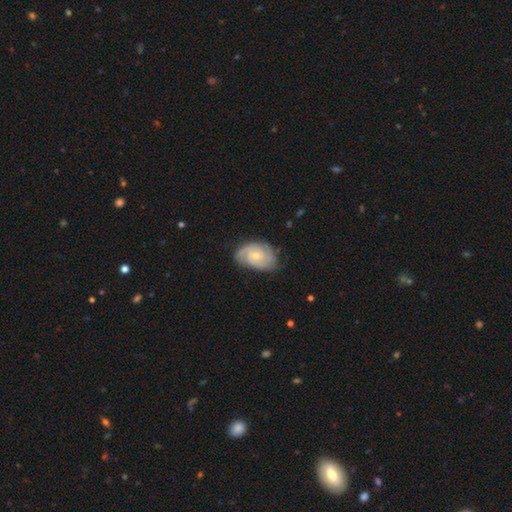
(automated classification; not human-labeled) Smooth or featured?
  - featured or disk: 78% *
  - smooth: 17%
  - star or artifact: 5%
Edge-on disk?
  - no: 97% *
  - yes: 3%
Bar?
  - no: 68% *
  - weak: 28%
  - strong: 4%
Spiral arms?
  - yes: 95% *
  - no: 5%
Spiral winding?
  - tight: 58% *
  - medium: 34%
  - loose: 8%
Spiral arm count?
  - 2: 49% *
  - can't tell: 20%
  - 3: 19%
  - 1: 5%
  - 4: 4%
  - more than 4: 3%
Bulge size?
  - small: 63% *
  - moderate: 33%
  - none: 2%
  - large: 1%
  - dominant: 1%
Merging?
  - none: 69% *
  - minor disturbance: 24%
  - major disturbance: 6%
  - merger: 1%